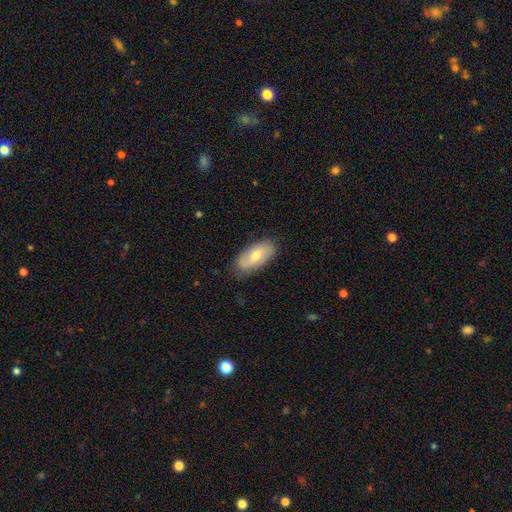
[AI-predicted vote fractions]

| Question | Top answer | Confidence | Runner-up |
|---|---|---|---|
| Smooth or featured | smooth | 48% | featured or disk (45%) |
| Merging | none | 82% | minor disturbance (14%) |